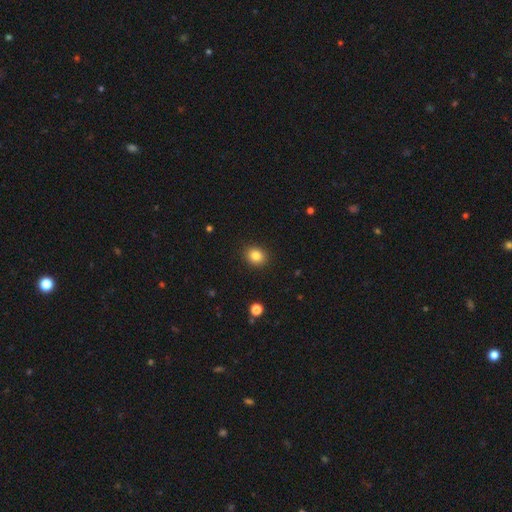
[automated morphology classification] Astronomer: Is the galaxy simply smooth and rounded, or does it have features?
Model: smooth — 84%.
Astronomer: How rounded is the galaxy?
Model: round — 66%.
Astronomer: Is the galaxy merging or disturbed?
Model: none — 90%.